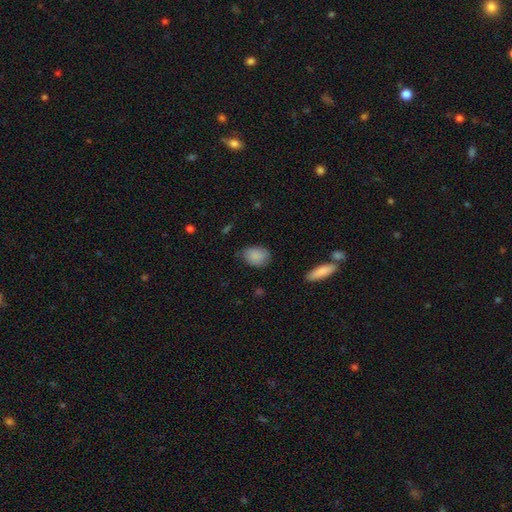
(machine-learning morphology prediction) smooth_or_featured: smooth (p=0.87) [alt: star or artifact p=0.07]
how_rounded: in between (p=0.75) [alt: round p=0.24]
merging: none (p=0.73) [alt: minor disturbance p=0.21]